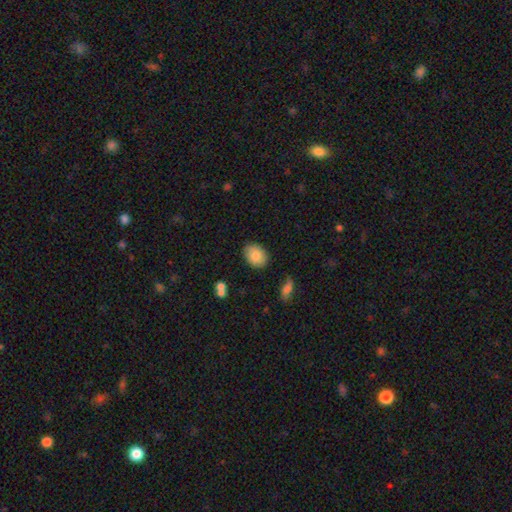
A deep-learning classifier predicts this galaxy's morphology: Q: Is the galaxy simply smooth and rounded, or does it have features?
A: smooth — 85%.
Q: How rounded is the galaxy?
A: in between — 72%.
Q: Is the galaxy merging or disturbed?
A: none — 85%.